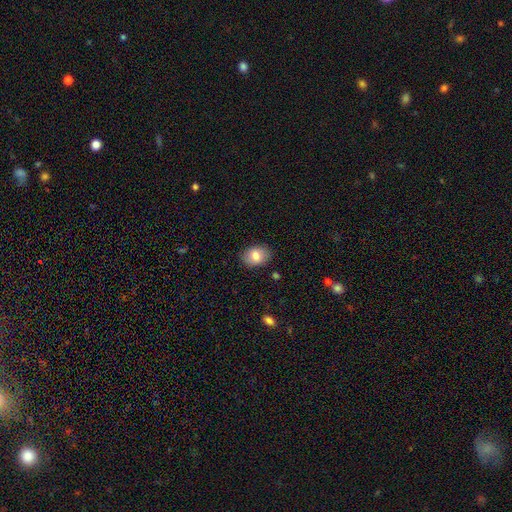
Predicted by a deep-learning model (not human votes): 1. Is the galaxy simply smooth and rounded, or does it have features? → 80% smooth, 12% featured or disk, 8% star or artifact.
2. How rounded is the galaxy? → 72% in between, 27% round, 1% cigar-shaped.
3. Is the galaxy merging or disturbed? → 86% none, 10% minor disturbance, 2% major disturbance, 1% merger.